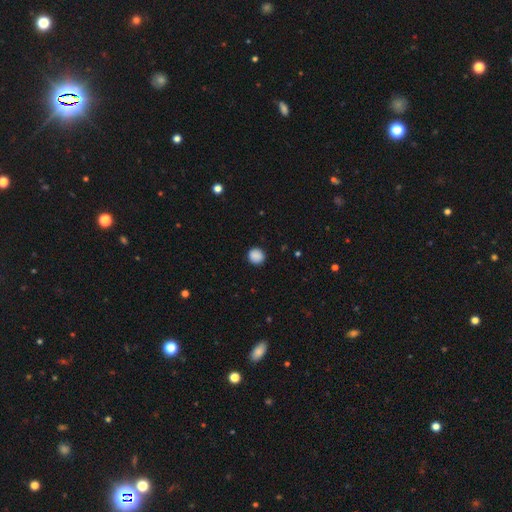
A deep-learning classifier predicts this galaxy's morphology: Smooth or featured: smooth — 88% (star or artifact — 9%)
How rounded: round — 89% (in between — 10%)
Merging: none — 90% (minor disturbance — 7%)